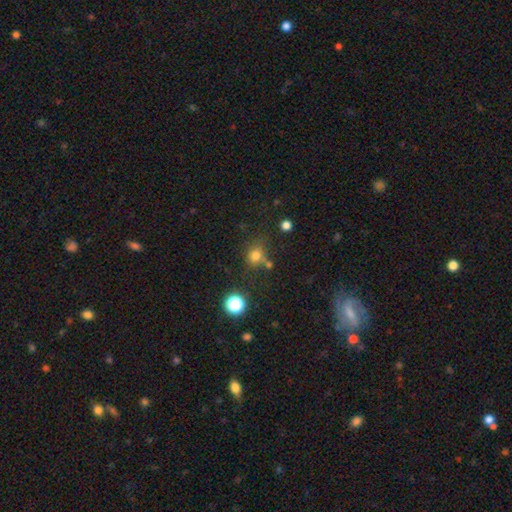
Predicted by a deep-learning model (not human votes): A smooth galaxy with no disk features (74%) that is round (73%).

Vote fractions:
- Smooth or featured? smooth: 74% / star or artifact: 18% / featured or disk: 8%
- How rounded? round: 73% / in between: 26% / cigar-shaped: 1%
- Merging? none: 64% / minor disturbance: 15% / merger: 14% / major disturbance: 6%